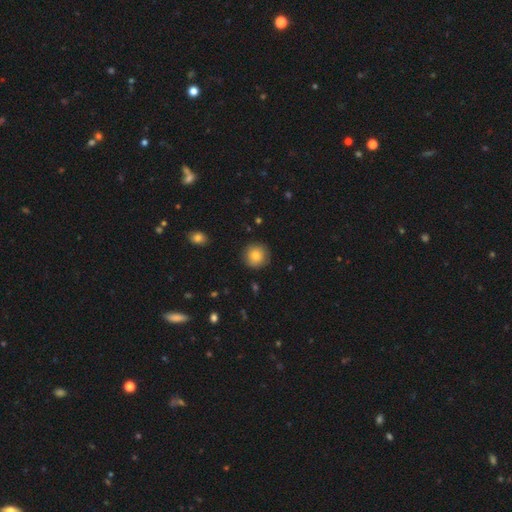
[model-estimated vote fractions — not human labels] This is clearly a smooth galaxy (80%). How rounded: clearly round (94%). Merging: clearly none (88%).